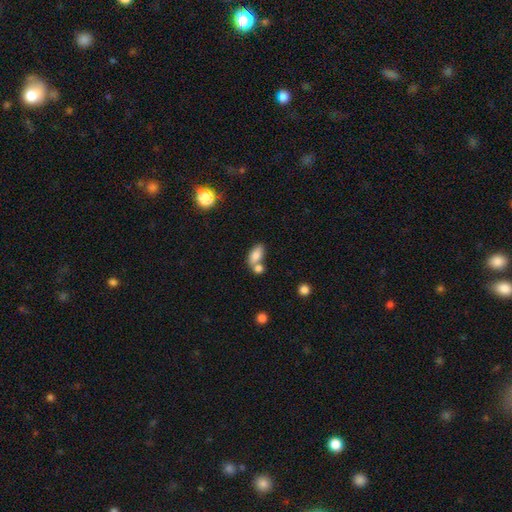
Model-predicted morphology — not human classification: Smooth or featured? Predicted: smooth (p=0.81). How rounded? Predicted: in between (p=0.89). Merging? Predicted: none (p=0.44).